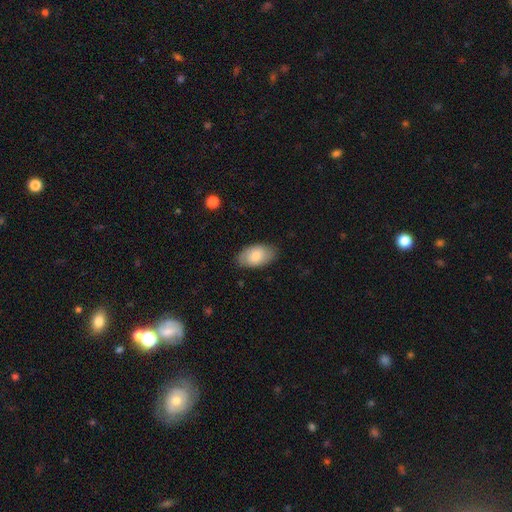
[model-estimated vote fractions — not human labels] This is likely a smooth galaxy (77%). How rounded: clearly in between (94%). Merging: clearly none (81%).